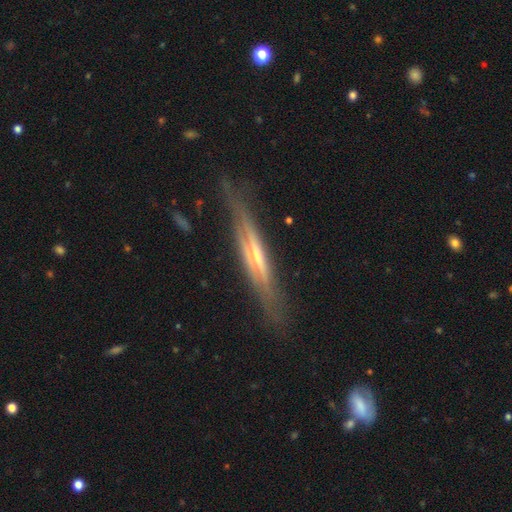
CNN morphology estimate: Smooth or featured?
  - featured or disk: 78% *
  - smooth: 16%
  - star or artifact: 6%
Edge-on disk?
  - yes: 94% *
  - no: 6%
Edge-on bulge?
  - rounded: 53% *
  - none: 29%
  - boxy: 18%
Merging?
  - none: 74% *
  - minor disturbance: 18%
  - major disturbance: 7%
  - merger: 2%